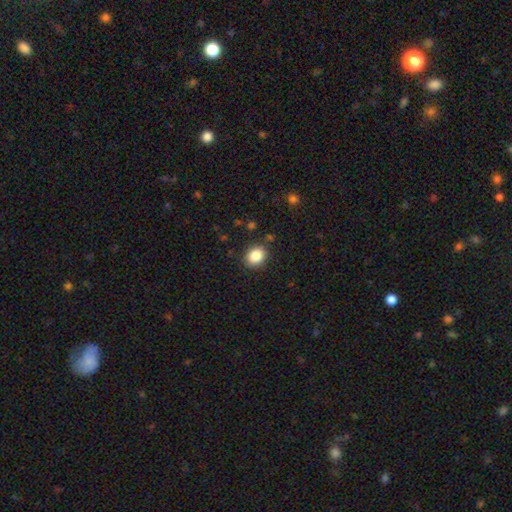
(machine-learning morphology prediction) Smooth or featured: smooth — 86% (star or artifact — 10%)
How rounded: round — 58% (in between — 41%)
Merging: none — 87% (minor disturbance — 9%)